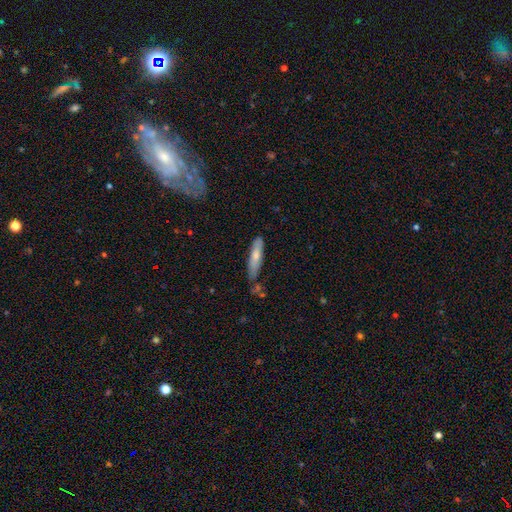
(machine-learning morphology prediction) Overall: smooth (68%). How rounded: cigar-shaped (80%). Merging: none (73%).